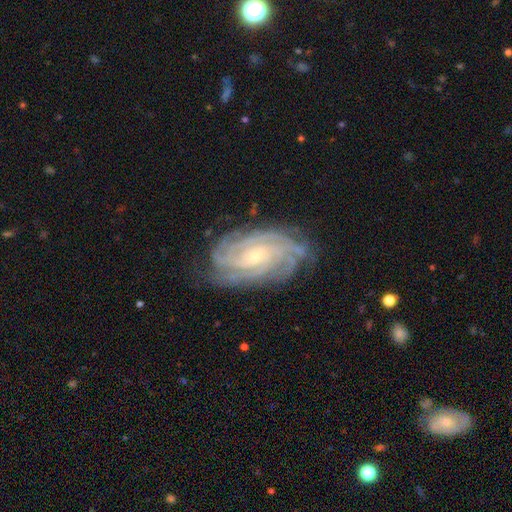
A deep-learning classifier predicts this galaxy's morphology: The model was most divided on "spiral arm count": 4: 31%, can't tell: 20%, more than 4: 17%, 3: 15%, 2: 10%, 1: 7%. More confident: spiral arms — yes (98%); edge-on disk — no (97%); smooth or featured — featured or disk (90%); spiral winding — tight (79%); merging — none (78%); bulge size — small (76%); bar — no (58%).